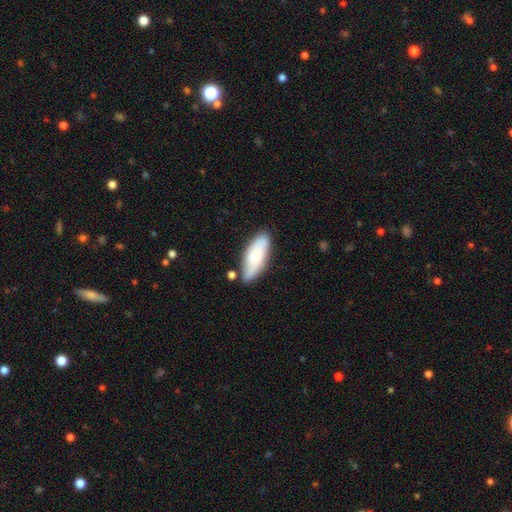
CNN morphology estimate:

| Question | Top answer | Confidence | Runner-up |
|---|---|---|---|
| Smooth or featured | smooth | 73% | featured or disk (21%) |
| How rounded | in between | 72% | cigar-shaped (26%) |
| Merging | none | 74% | minor disturbance (17%) |